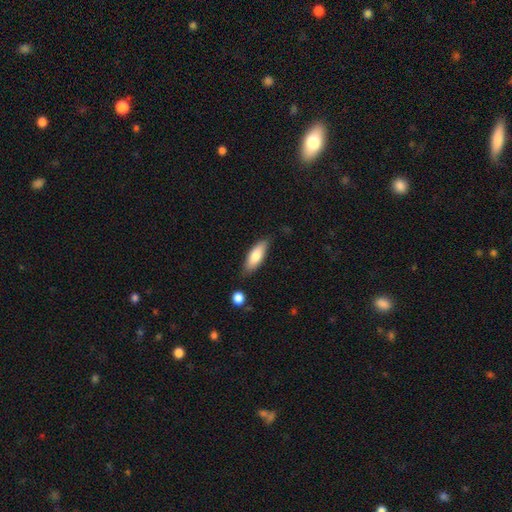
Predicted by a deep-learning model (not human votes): Smooth or featured?
  - smooth: 79% *
  - featured or disk: 16%
  - star or artifact: 6%
How rounded?
  - in between: 63% *
  - cigar-shaped: 35%
  - round: 2%
Merging?
  - none: 76% *
  - minor disturbance: 17%
  - merger: 4%
  - major disturbance: 3%